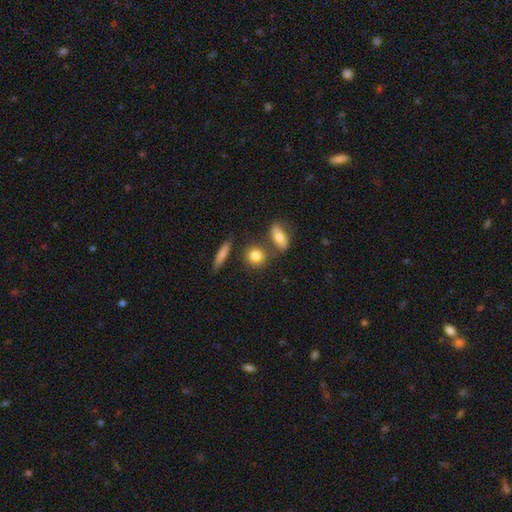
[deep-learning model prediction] This appears to be a smooth galaxy with no disk features (81%) that is round (70%). Merging: none (68%).